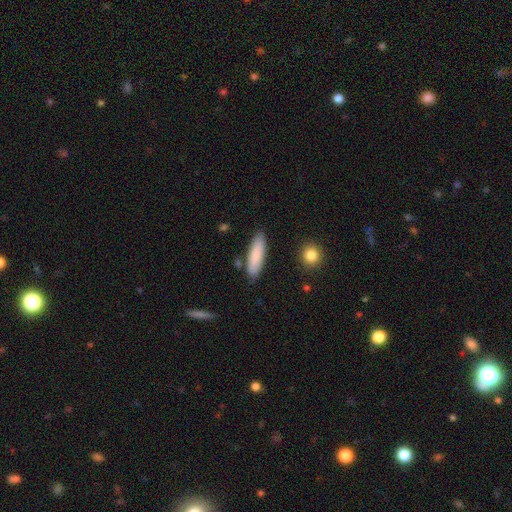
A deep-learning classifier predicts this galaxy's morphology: The model was most divided on "how rounded": cigar-shaped: 61%, in between: 37%, round: 2%. More confident: merging — none (84%); smooth or featured — smooth (84%).